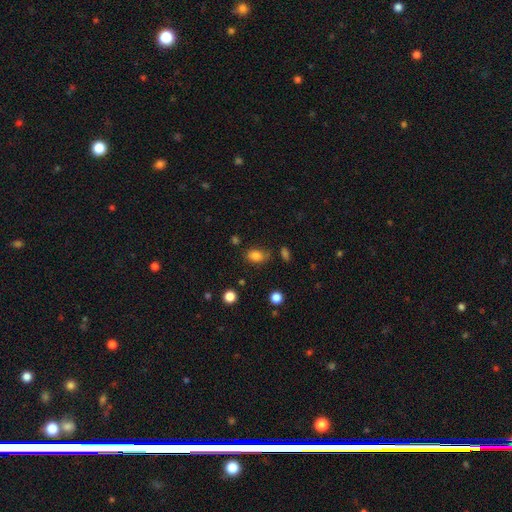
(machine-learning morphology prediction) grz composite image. It shows a smooth galaxy with no disk features (82%) that is in between round and cigar-shaped (79%). Merging: none (68%).